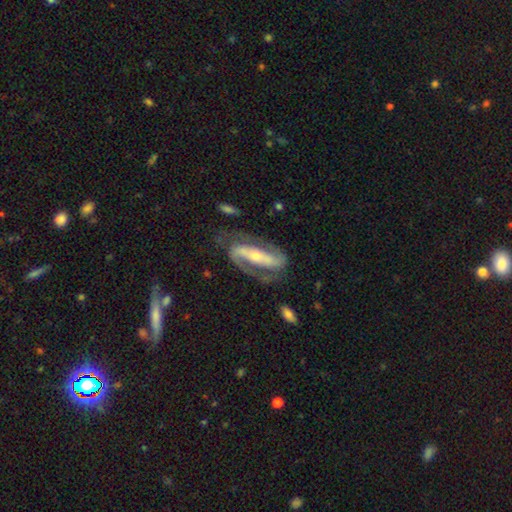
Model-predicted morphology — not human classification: smooth_or_featured: featured or disk (p=0.88) [alt: smooth p=0.07]
disk_edge_on: no (p=0.91) [alt: yes p=0.09]
bar: strong (p=0.66) [alt: weak p=0.17]
has_spiral_arms: yes (p=0.95) [alt: no p=0.05]
spiral_winding: medium (p=0.47) [alt: tight p=0.32]
spiral_arm_count: 2 (p=0.90) [alt: can't tell p=0.04]
bulge_size: small (p=0.53) [alt: moderate p=0.41]
merging: none (p=0.73) [alt: minor disturbance p=0.15]